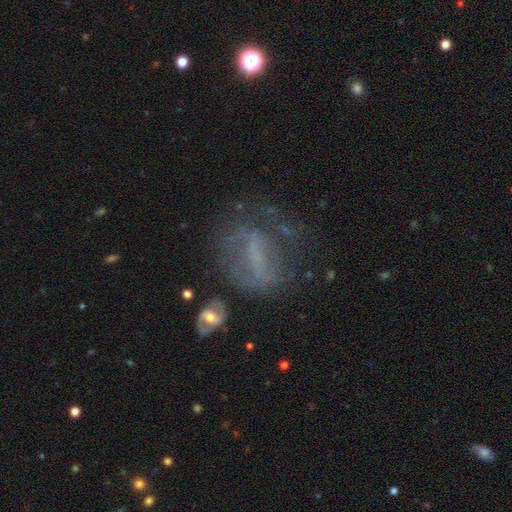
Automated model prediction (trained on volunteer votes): Smooth or featured?
  - featured or disk: 54% *
  - smooth: 27%
  - star or artifact: 19%
Edge-on disk?
  - no: 90% *
  - yes: 10%
Merging?
  - none: 45% *
  - major disturbance: 29%
  - minor disturbance: 21%
  - merger: 5%